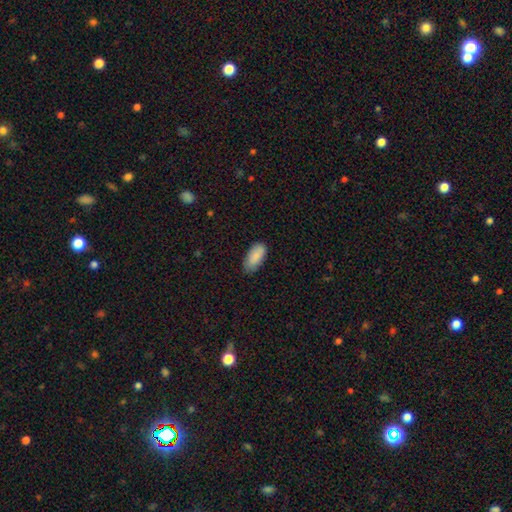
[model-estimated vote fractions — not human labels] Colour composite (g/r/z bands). It shows a smooth galaxy with no disk features (88%) that is in between round and cigar-shaped (91%). Merging: none (75%).